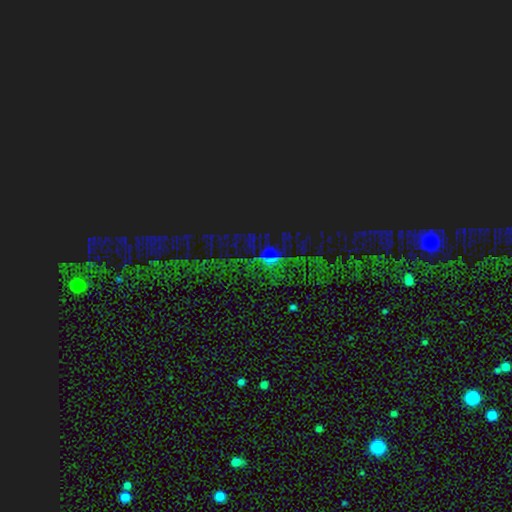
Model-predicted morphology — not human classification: Q: Smooth or featured?
A: star or artifact (81%); runner-up: smooth (10%)